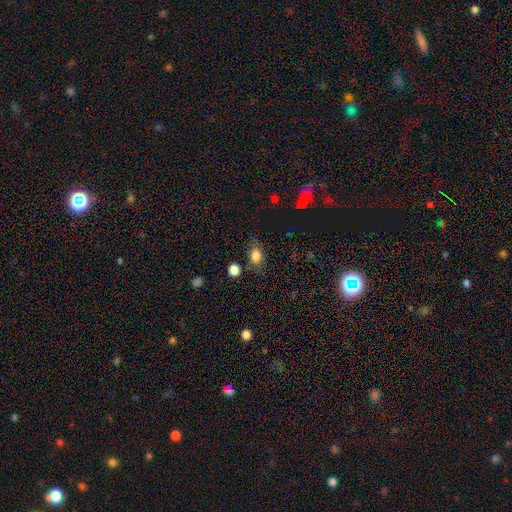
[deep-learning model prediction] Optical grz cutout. It shows a smooth galaxy with no disk features (83%) that is in between round and cigar-shaped (79%). Merging: none (75%).